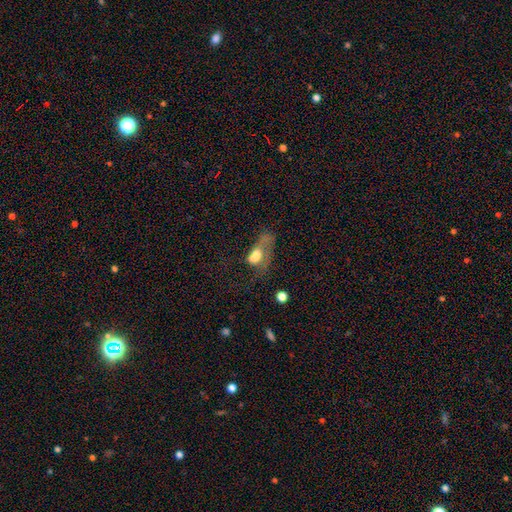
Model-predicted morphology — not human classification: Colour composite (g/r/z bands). It shows a smooth galaxy with no disk features (58%) that is in between round and cigar-shaped (79%). Merging: major disturbance (56%).